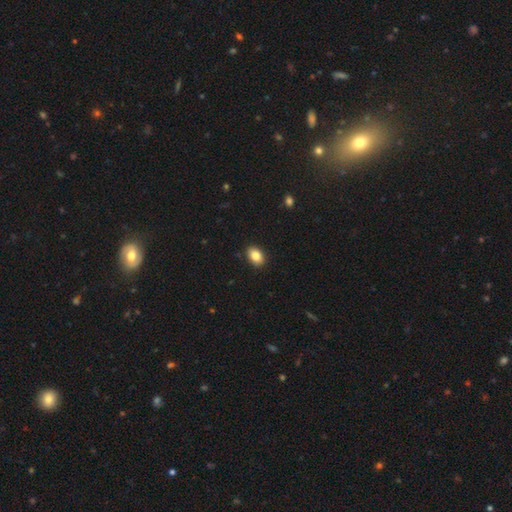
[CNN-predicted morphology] Smooth or featured: smooth — 85% (star or artifact — 8%)
How rounded: in between — 83% (round — 16%)
Merging: none — 89% (minor disturbance — 8%)